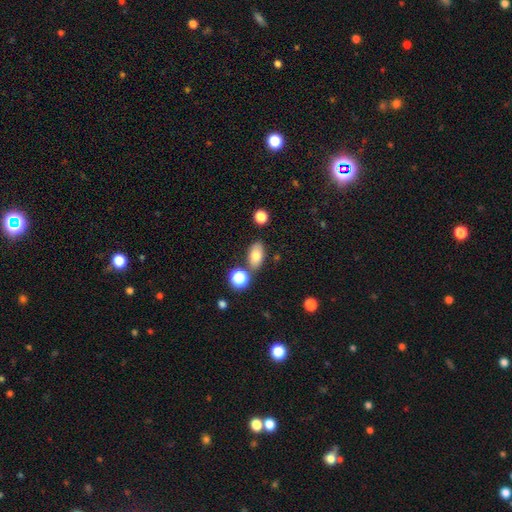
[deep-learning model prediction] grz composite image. It shows a smooth galaxy with no disk features (76%) that is in between round and cigar-shaped (87%). Merging: none (76%).